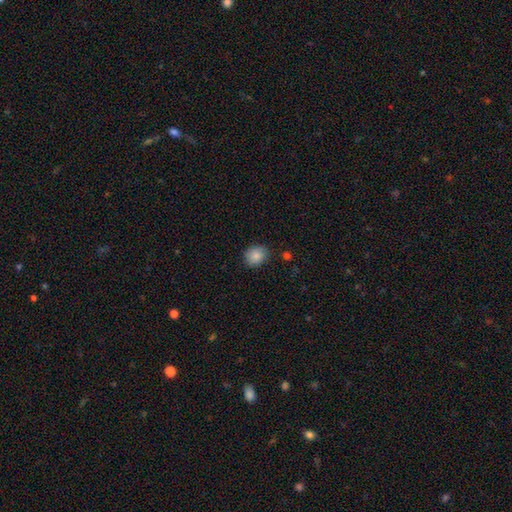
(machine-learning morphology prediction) A smooth galaxy with no disk features (87%) that is round (63%). Merging: none (81%).